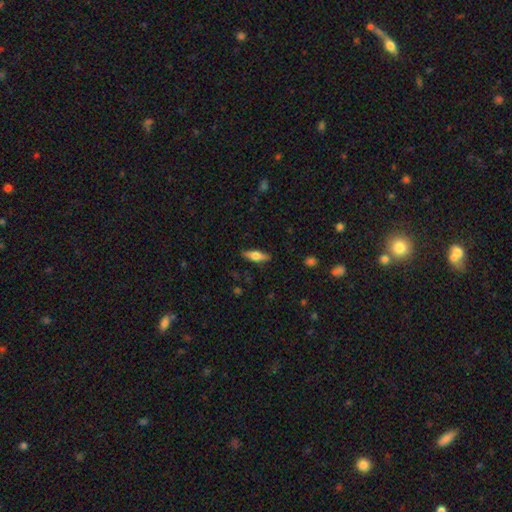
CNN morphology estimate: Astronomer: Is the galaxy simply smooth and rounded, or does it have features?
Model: smooth — 59% (runner-up: featured or disk, 34%).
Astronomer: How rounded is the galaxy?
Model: cigar-shaped — 51% (runner-up: in between, 46%).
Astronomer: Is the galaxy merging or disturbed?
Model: none — 87%.